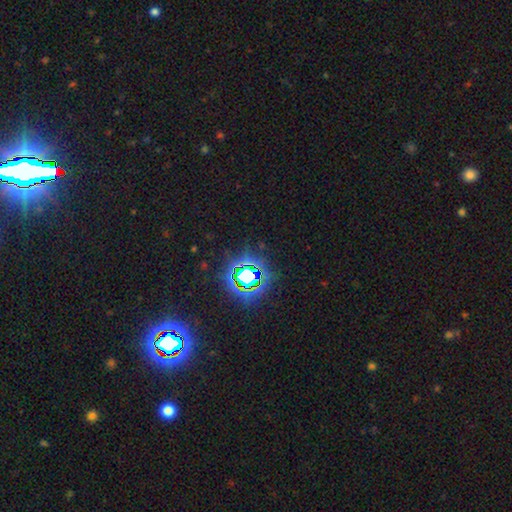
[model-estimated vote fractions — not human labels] The model was most divided on "smooth or featured": star or artifact: 82%, smooth: 12%, featured or disk: 6%.